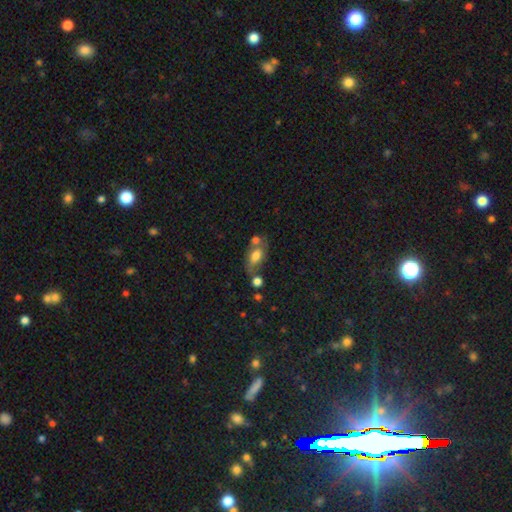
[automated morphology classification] Overall: smooth (65%; featured or disk 26%). How rounded: in between (85%). Merging: none (44%; merger 30%).